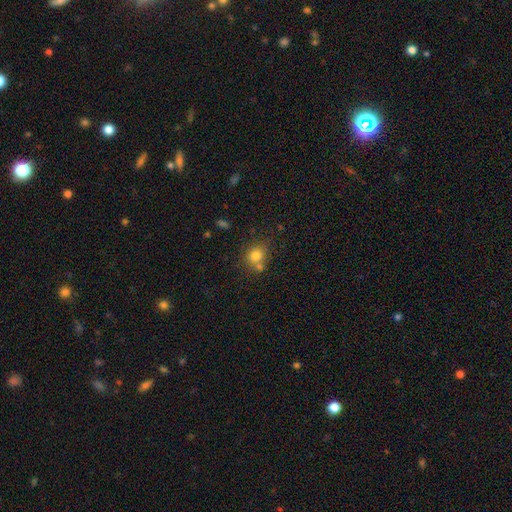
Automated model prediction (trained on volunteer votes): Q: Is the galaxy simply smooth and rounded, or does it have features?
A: smooth — 78%.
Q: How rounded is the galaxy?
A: round — 72%.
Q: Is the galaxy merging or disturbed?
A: none — 57%.